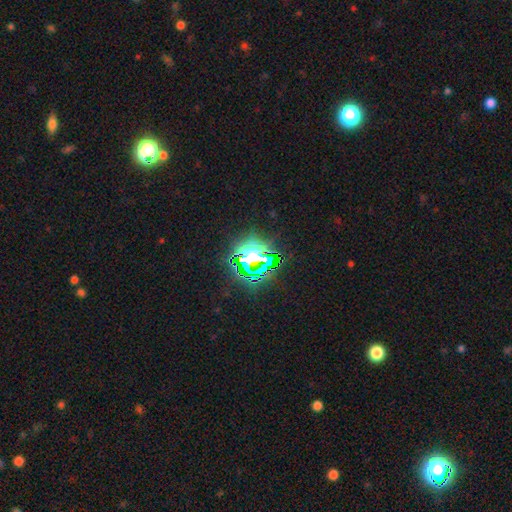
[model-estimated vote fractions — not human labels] A star or artifact, not a galaxy (73%).